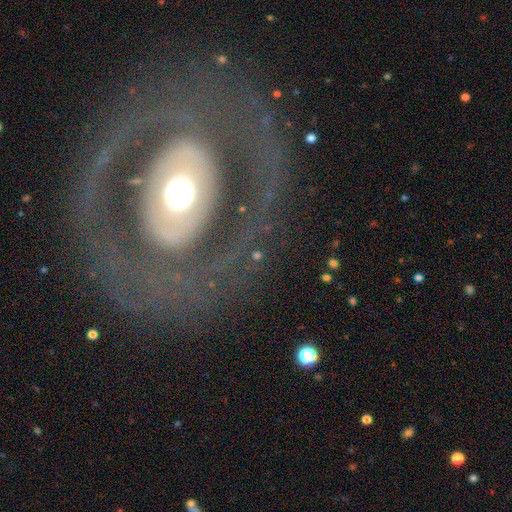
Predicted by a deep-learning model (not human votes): Q: Smooth or featured?
A: featured or disk (68%); runner-up: smooth (24%)
Q: Edge-on disk?
A: no (92%); runner-up: yes (8%)
Q: Bar?
A: no (79%); runner-up: weak (12%)
Q: Spiral arms?
A: no (62%); runner-up: yes (38%)
Q: Bulge size?
A: moderate (54%); runner-up: large (30%)
Q: Merging?
A: none (75%); runner-up: major disturbance (13%)